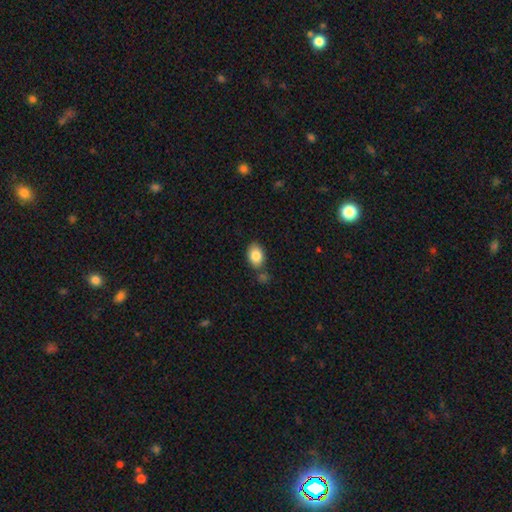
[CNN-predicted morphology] smooth-or-featured: smooth: 85% | featured or disk: 8% | star or artifact: 7%
  how-rounded: in between: 82% | round: 17% | cigar-shaped: 1%
  merging: none: 69% | minor disturbance: 15% | merger: 12% | major disturbance: 4%